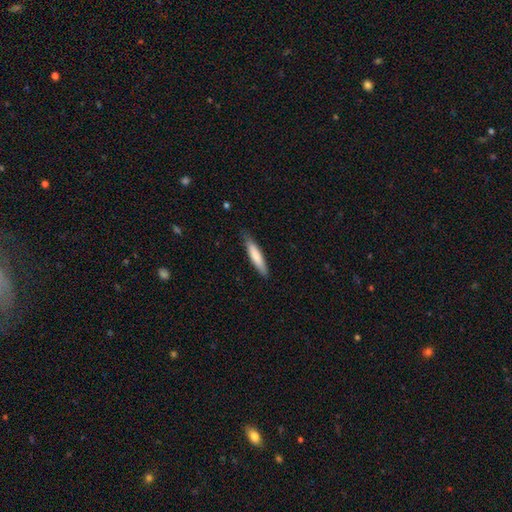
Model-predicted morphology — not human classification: A smooth galaxy with no disk features (79%) that is cigar-shaped (86%).

Vote fractions:
- Smooth or featured? smooth: 79% / featured or disk: 16% / star or artifact: 5%
- How rounded? cigar-shaped: 86% / in between: 13% / round: 1%
- Merging? none: 80% / minor disturbance: 16% / major disturbance: 2% / merger: 1%